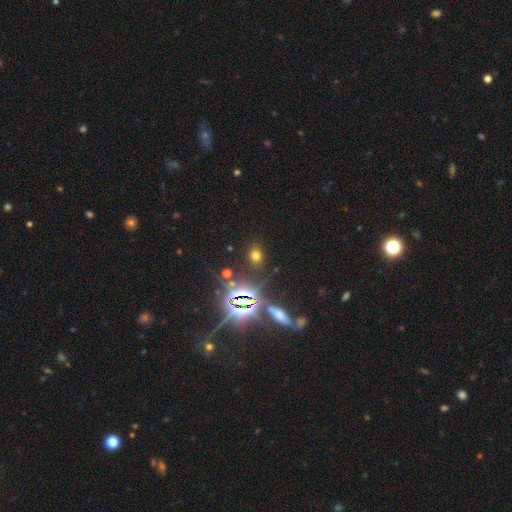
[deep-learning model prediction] smooth_or_featured: smooth (p=0.55) [alt: star or artifact p=0.36]
how_rounded: in between (p=0.51) [alt: round p=0.46]
merging: none (p=0.83) [alt: minor disturbance p=0.10]